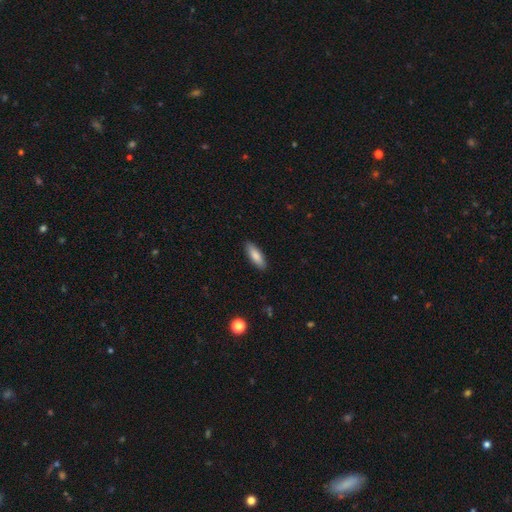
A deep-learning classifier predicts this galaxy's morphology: Smooth or featured: smooth — 85% (featured or disk — 9%)
How rounded: in between — 57% (cigar-shaped — 41%)
Merging: none — 89% (minor disturbance — 8%)